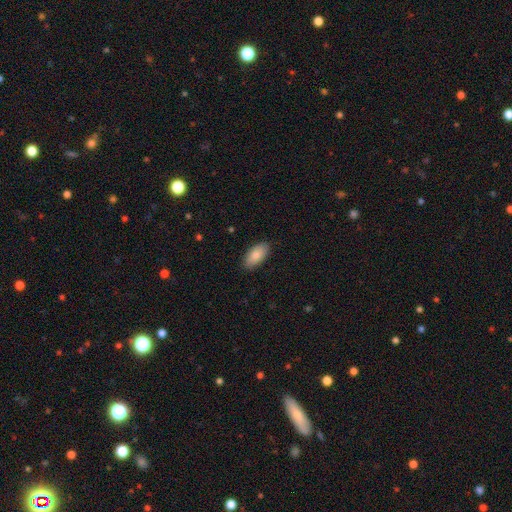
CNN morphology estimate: This is clearly a smooth galaxy (86%). How rounded: clearly in between (93%). Merging: clearly none (87%).